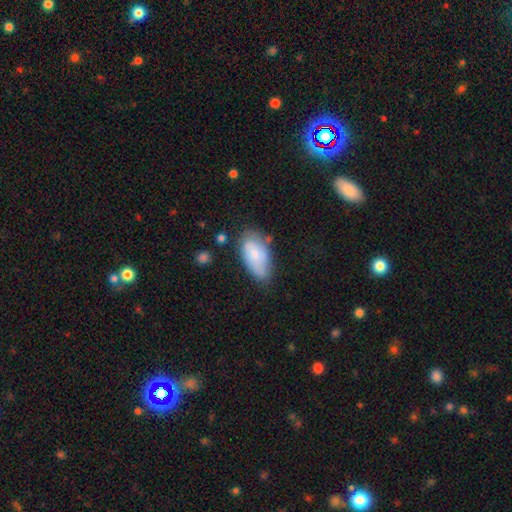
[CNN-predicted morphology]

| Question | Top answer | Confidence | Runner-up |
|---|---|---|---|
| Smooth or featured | smooth | 66% | featured or disk (28%) |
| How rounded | in between | 93% | round (4%) |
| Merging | none | 58% | minor disturbance (29%) |